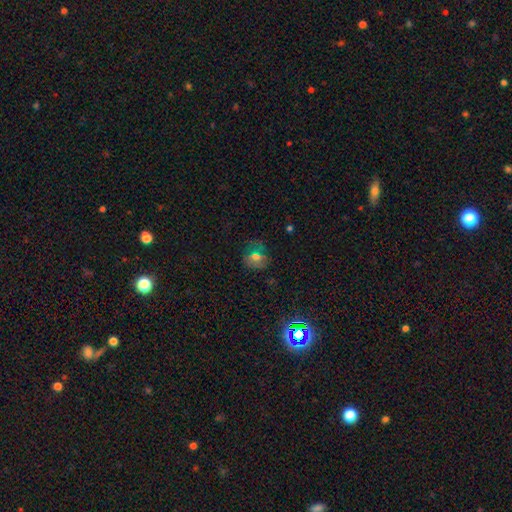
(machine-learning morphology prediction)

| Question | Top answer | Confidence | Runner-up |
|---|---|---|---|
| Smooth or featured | smooth | 54% | star or artifact (23%) |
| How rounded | round | 64% | in between (35%) |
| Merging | none | 69% | minor disturbance (19%) |